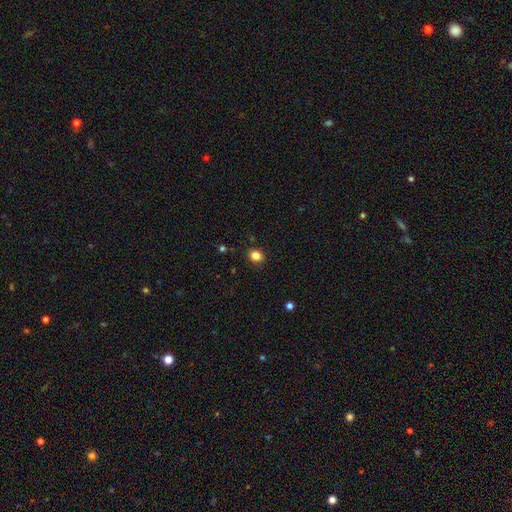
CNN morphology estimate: Q: Smooth or featured?
A: smooth (83%); runner-up: star or artifact (11%)
Q: How rounded?
A: round (54%); runner-up: in between (45%)
Q: Merging?
A: none (88%); runner-up: minor disturbance (9%)